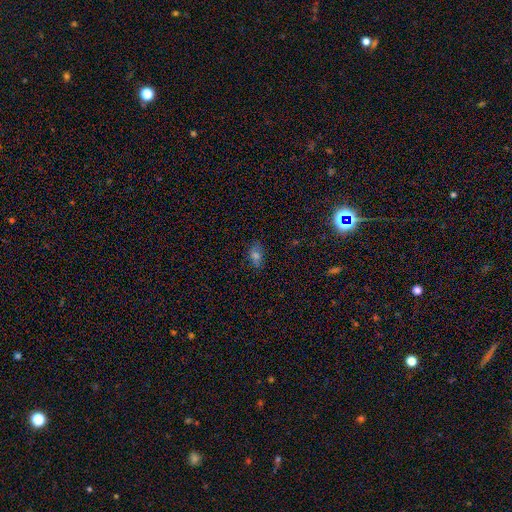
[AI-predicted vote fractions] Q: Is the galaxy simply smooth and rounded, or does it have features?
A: smooth — 59%.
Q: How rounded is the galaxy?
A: in between — 82%.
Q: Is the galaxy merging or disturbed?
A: none — 77%.